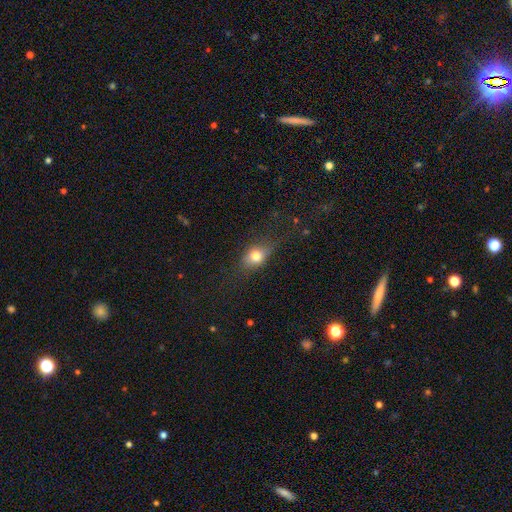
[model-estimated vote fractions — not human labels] Overall: smooth (74%). How rounded: in between (65%; round 31%). Merging: none (66%).